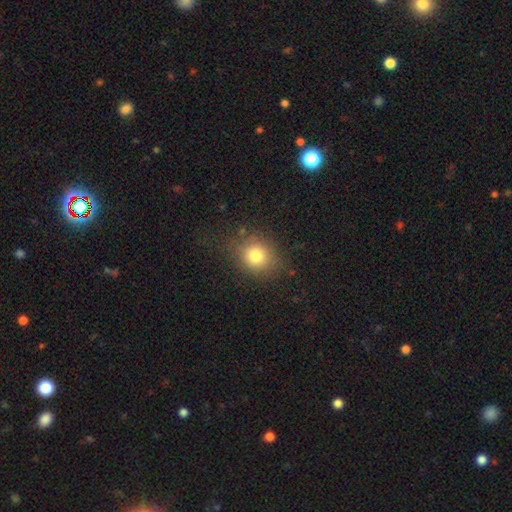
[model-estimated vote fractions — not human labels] A smooth galaxy with no disk features (78%) that is round (73%). Merging: none (79%).